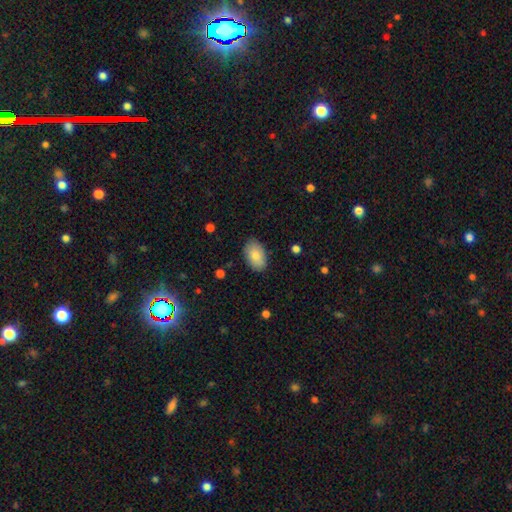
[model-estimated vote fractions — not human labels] Q: Smooth or featured?
A: smooth (85%); runner-up: featured or disk (9%)
Q: How rounded?
A: in between (92%); runner-up: round (6%)
Q: Merging?
A: none (85%); runner-up: minor disturbance (11%)